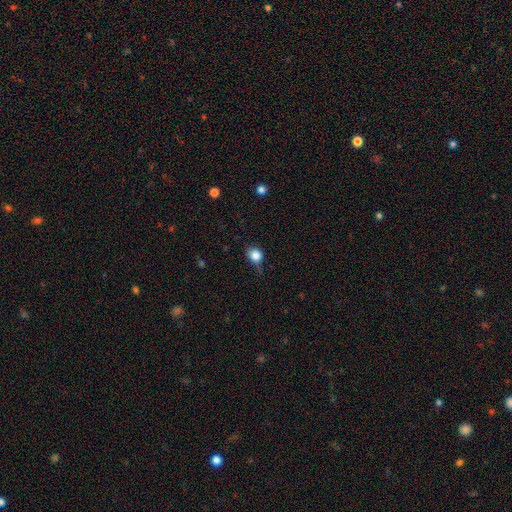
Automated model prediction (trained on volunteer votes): The model was most divided on "merging": none: 56%, minor disturbance: 33%, major disturbance: 9%, merger: 2%. More confident: smooth or featured — smooth (83%); how rounded — round (73%).